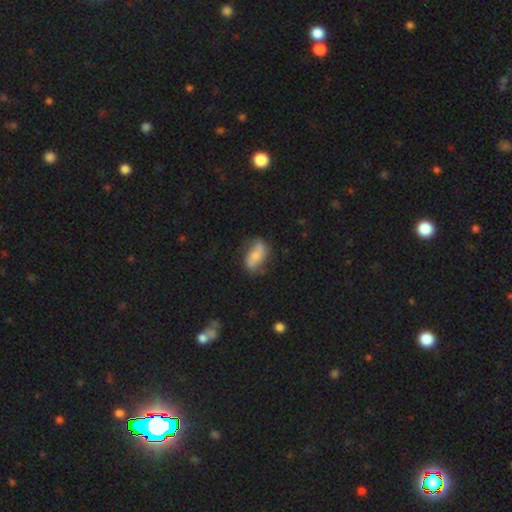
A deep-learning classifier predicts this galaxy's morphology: This appears to be a featured or disk galaxy (50%). Merging: none (67%).